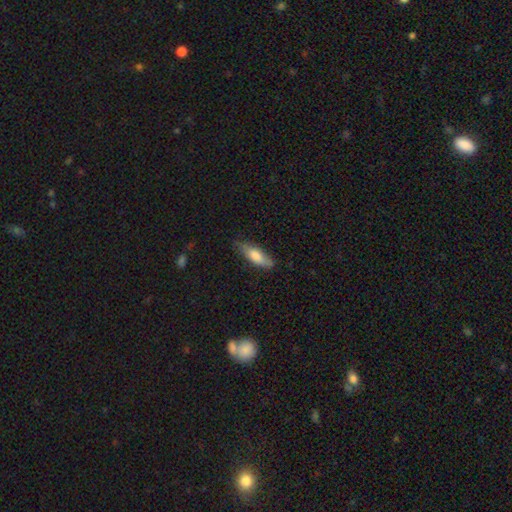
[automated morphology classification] smooth-or-featured: smooth: 74% | featured or disk: 20% | star or artifact: 6%
  how-rounded: in between: 56% | cigar-shaped: 42% | round: 2%
  merging: none: 73% | minor disturbance: 21% | major disturbance: 4% | merger: 1%